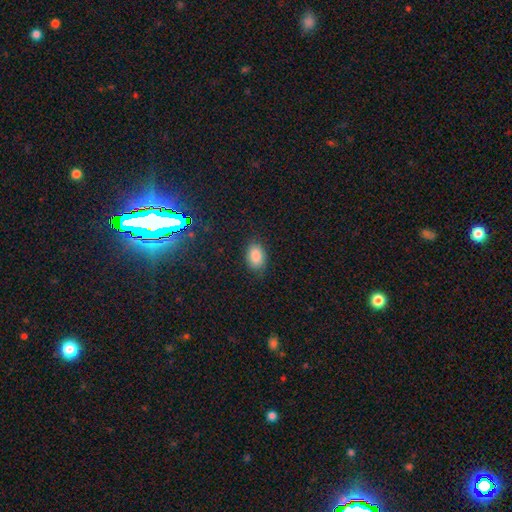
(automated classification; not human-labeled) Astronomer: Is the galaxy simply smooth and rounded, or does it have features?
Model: smooth — 85%.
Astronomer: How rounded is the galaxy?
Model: in between — 87%.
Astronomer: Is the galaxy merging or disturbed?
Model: none — 80%.